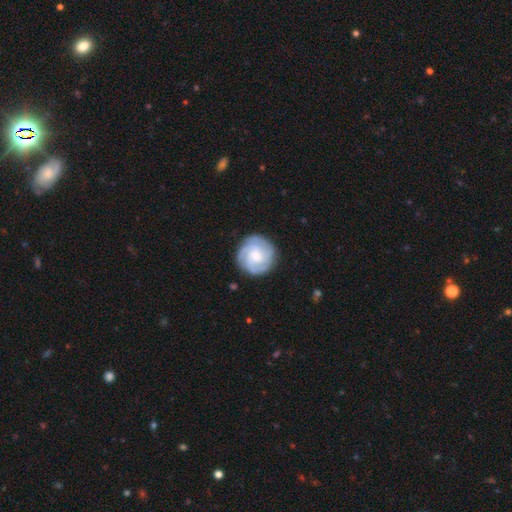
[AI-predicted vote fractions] smooth-or-featured: featured or disk: 78% | smooth: 17% | star or artifact: 5%
  disk-edge-on: no: 98% | yes: 2%
    bar: no: 68% | weak: 28% | strong: 4%
    has-spiral-arms: yes: 97% | no: 3%
      spiral-winding: tight: 70% | medium: 25% | loose: 4%
      spiral-arm-count: 3: 39% | 4: 22% | can't tell: 18% | 2: 9% | more than 4: 6% | 1: 6%
    bulge-size: moderate: 50% | small: 41% | large: 6% | none: 3% | dominant: 1%
  merging: none: 86% | minor disturbance: 10% | major disturbance: 3% | merger: 1%